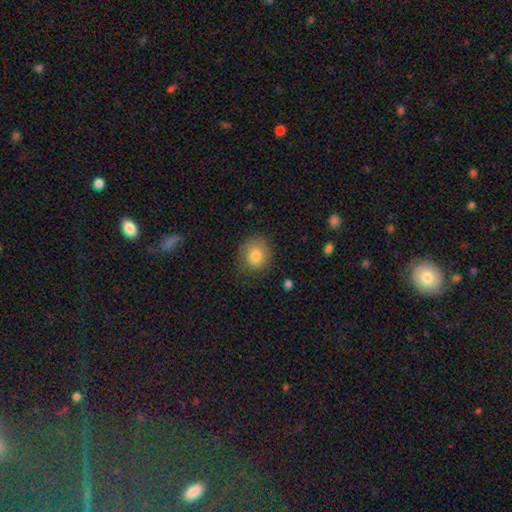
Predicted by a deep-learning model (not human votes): Morphology: type=smooth (80%); roundness=round (83%); merging=none (80%).